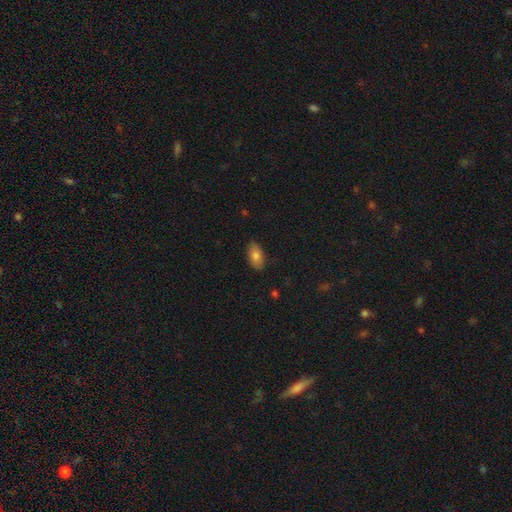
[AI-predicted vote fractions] smooth-or-featured: smooth: 81% | featured or disk: 12% | star or artifact: 7%
  how-rounded: in between: 93% | round: 4% | cigar-shaped: 3%
  merging: none: 85% | minor disturbance: 11% | major disturbance: 2% | merger: 1%